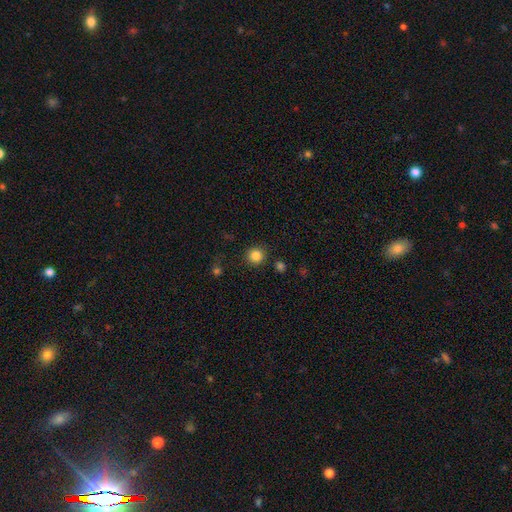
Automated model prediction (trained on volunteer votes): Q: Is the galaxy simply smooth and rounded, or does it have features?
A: smooth — 85%.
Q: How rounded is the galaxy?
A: round — 93%.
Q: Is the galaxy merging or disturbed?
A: none — 88%.